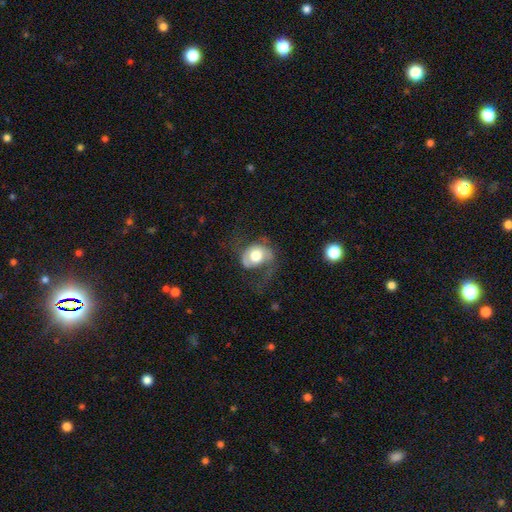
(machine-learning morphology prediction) Smooth or featured: featured or disk — 48% (smooth — 45%)
Merging: major disturbance — 42% (none — 33%)